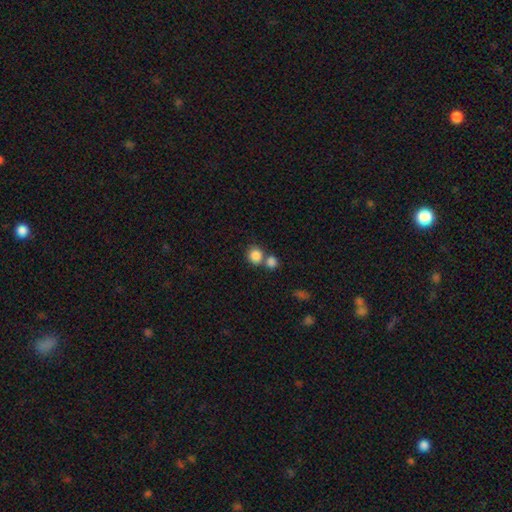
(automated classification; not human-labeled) The model was most divided on "merging": none: 53%, merger: 37%, minor disturbance: 7%, major disturbance: 3%. More confident: smooth or featured — smooth (85%); how rounded — round (85%).